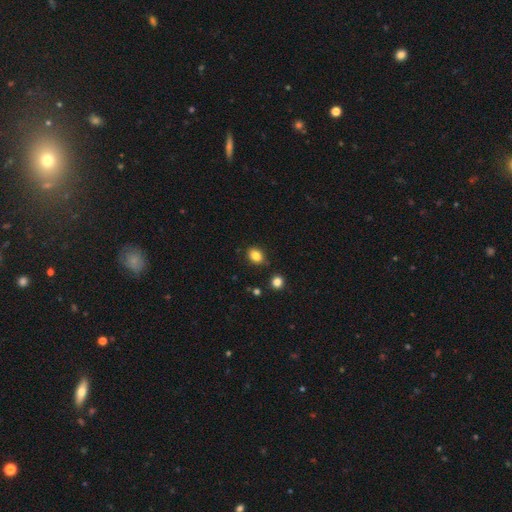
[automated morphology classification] smooth-or-featured: smooth: 84% | star or artifact: 11% | featured or disk: 5%
  how-rounded: in between: 63% | round: 36% | cigar-shaped: 1%
  merging: none: 82% | minor disturbance: 12% | merger: 3% | major disturbance: 3%